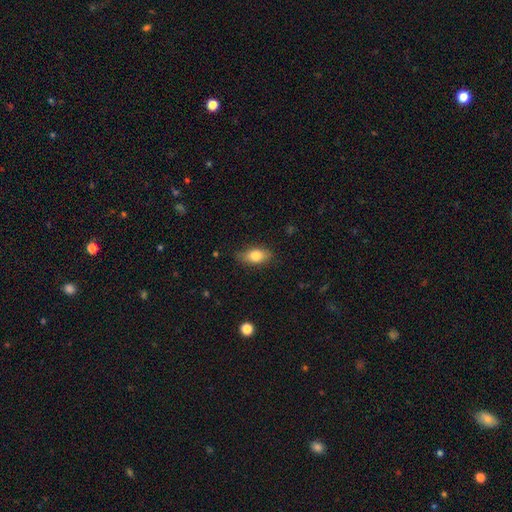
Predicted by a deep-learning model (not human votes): smooth 77%, featured or disk 16%, star or artifact 8%. Down the decision tree: how rounded — in between (85%); merging — none (81%).